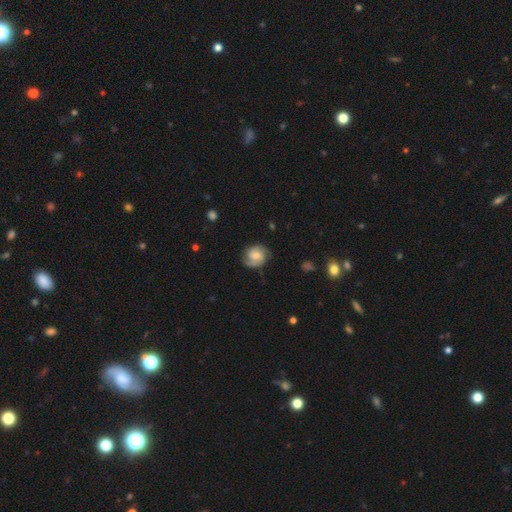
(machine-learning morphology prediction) A featured or disk galaxy (70%) with a weak bar (46%), 2 (82%) medium (46%) spiral arms (95%) and a moderate central bulge (37%). Merging: none (77%).